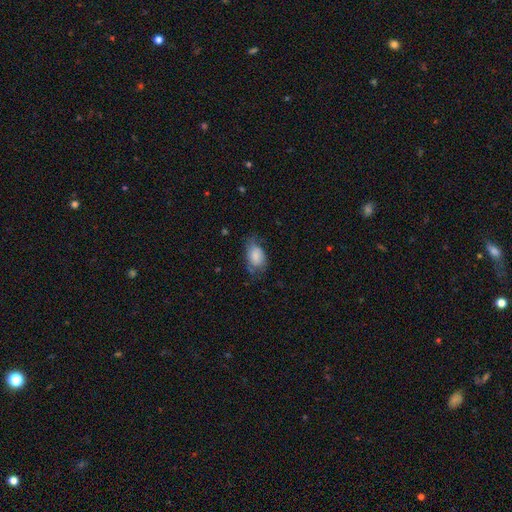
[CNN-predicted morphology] Smooth or featured: smooth — 73% (featured or disk — 19%)
How rounded: in between — 86% (round — 13%)
Merging: none — 47% (minor disturbance — 34%)